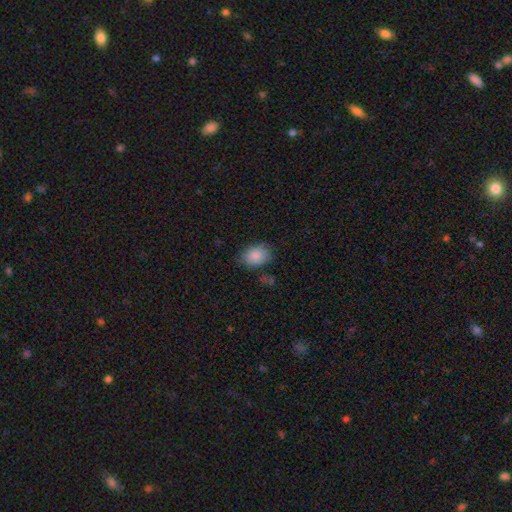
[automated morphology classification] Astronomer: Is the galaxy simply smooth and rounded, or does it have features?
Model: smooth — 87%.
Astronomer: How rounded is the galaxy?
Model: in between — 77%.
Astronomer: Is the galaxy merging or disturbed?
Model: none — 77%.